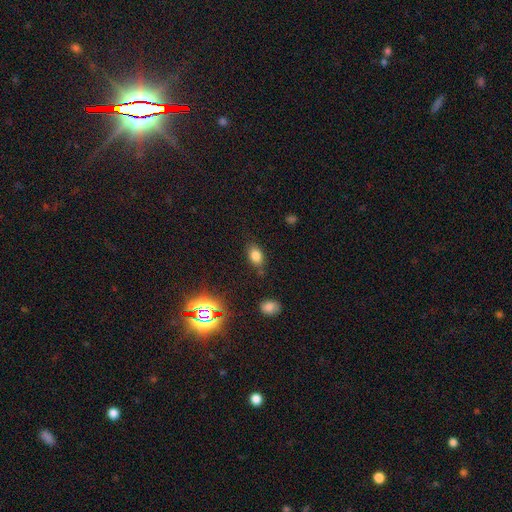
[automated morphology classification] This is likely a smooth galaxy (77%). How rounded: clearly in between (82%). Merging: likely none (78%).